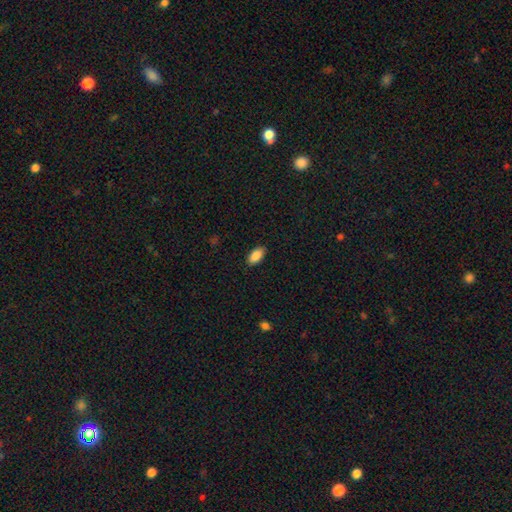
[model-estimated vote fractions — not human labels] Smooth or featured? smooth (89%)
How rounded? in between (93%)
Merging? none (88%)